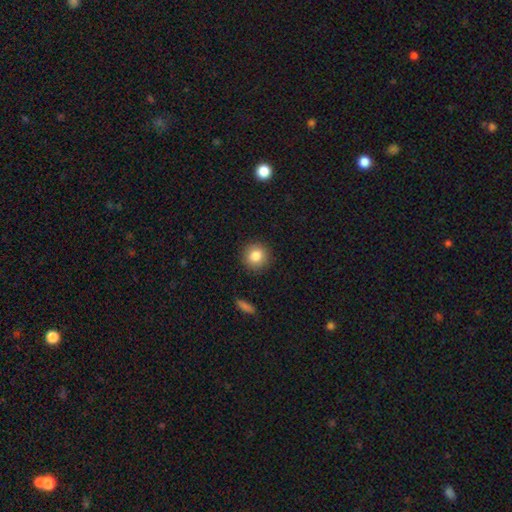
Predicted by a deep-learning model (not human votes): smooth 84%, star or artifact 9%, featured or disk 7%. Down the decision tree: how rounded — round (93%); merging — none (91%).